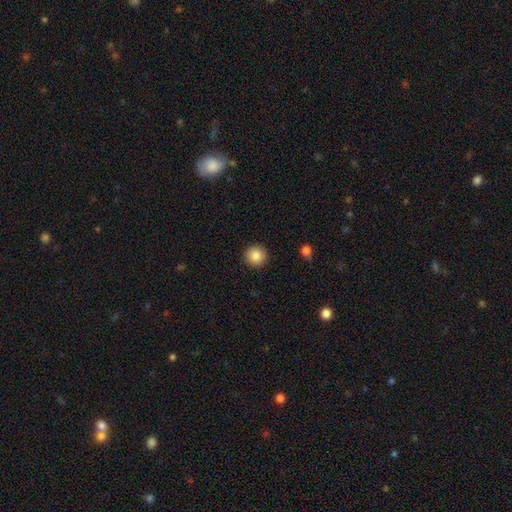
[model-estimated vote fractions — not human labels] Smooth or featured?
  - smooth: 86% *
  - star or artifact: 9%
  - featured or disk: 5%
How rounded?
  - round: 95% *
  - in between: 4%
  - cigar-shaped: 1%
Merging?
  - none: 92% *
  - minor disturbance: 5%
  - major disturbance: 2%
  - merger: 1%